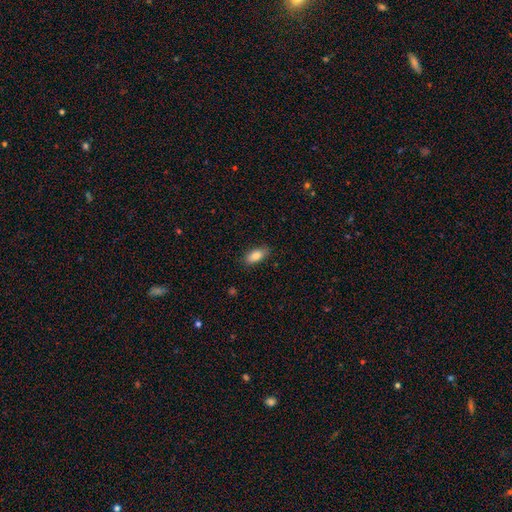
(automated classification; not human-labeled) smooth_or_featured: smooth (p=0.84) [alt: featured or disk p=0.09]
how_rounded: in between (p=0.87) [alt: cigar-shaped p=0.11]
merging: none (p=0.85) [alt: minor disturbance p=0.11]